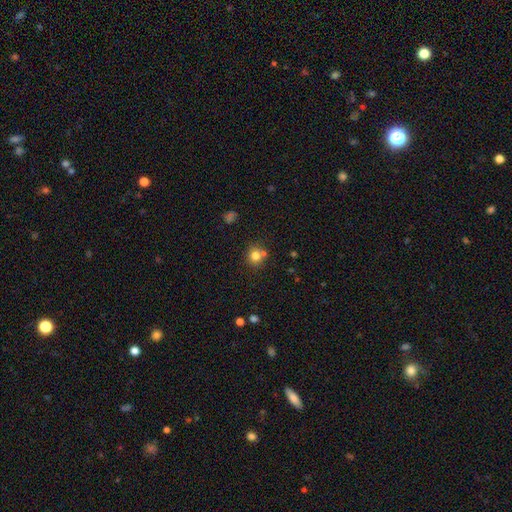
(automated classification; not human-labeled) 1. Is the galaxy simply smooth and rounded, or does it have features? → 79% smooth, 13% star or artifact, 8% featured or disk.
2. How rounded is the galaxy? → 88% round, 11% in between, 1% cigar-shaped.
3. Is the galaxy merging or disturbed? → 69% none, 19% merger, 9% minor disturbance, 3% major disturbance.